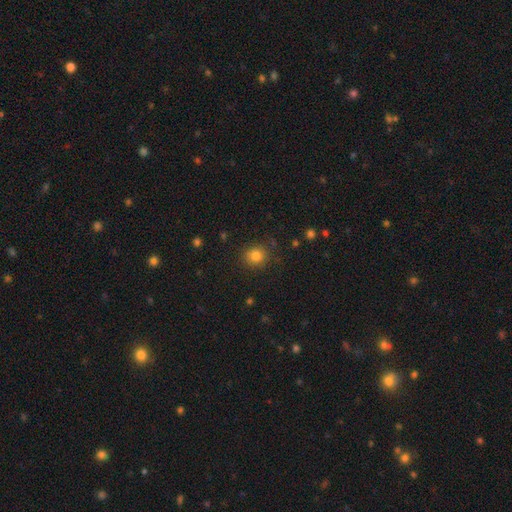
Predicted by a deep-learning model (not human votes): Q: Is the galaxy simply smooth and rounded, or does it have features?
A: smooth — 82%.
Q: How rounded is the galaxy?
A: round — 81%.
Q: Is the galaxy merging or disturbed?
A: none — 85%.